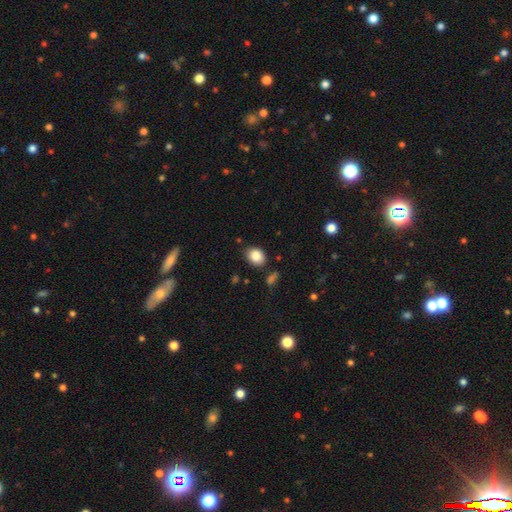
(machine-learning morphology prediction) A smooth galaxy with no disk features (85%) that is in between round and cigar-shaped (58%).

Vote fractions:
- Smooth or featured? smooth: 85% / star or artifact: 9% / featured or disk: 6%
- How rounded? in between: 58% / round: 41% / cigar-shaped: 1%
- Merging? none: 81% / minor disturbance: 12% / merger: 4% / major disturbance: 3%